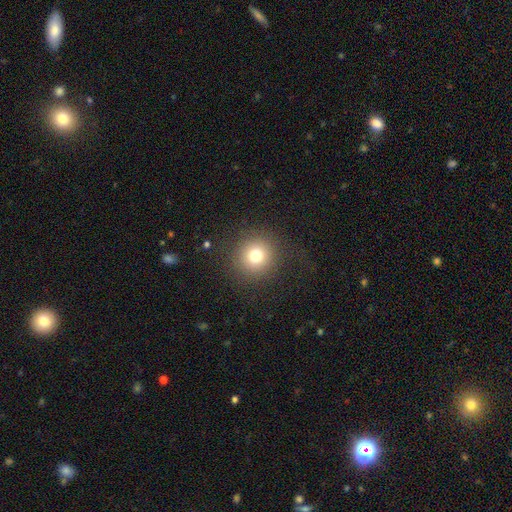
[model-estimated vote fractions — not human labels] This appears to be a smooth galaxy with no disk features (77%) that is round (93%). Merging: none (88%).